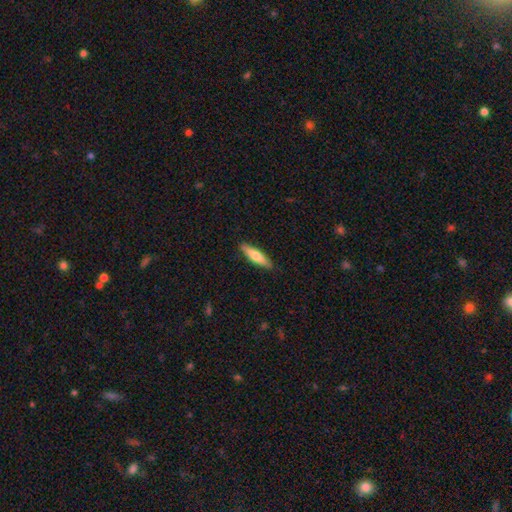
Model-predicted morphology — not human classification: smooth_or_featured: smooth (p=0.60) [alt: featured or disk p=0.34]
how_rounded: cigar-shaped (p=0.72) [alt: in between p=0.27]
merging: none (p=0.88) [alt: minor disturbance p=0.09]